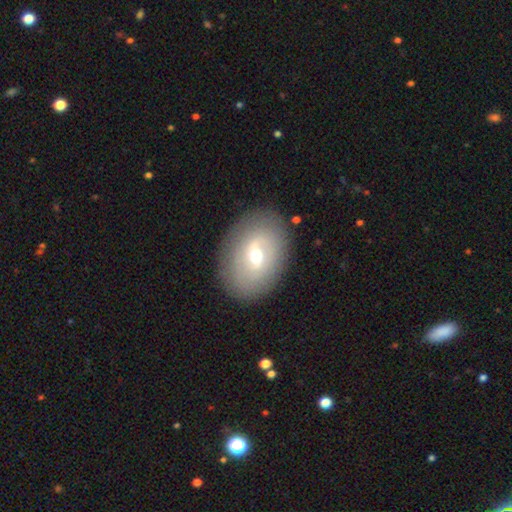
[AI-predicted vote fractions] A featured or disk galaxy (56%) with a weak bar (49%), no spiral arms (54%) and a moderate central bulge (63%).

Vote fractions:
- Smooth or featured? featured or disk: 56% / smooth: 37% / star or artifact: 7%
- Edge-on disk? no: 92% / yes: 8%
- Bar? weak: 49% / no: 36% / strong: 15%
- Spiral arms? no: 54% / yes: 46%
- Bulge size? moderate: 63% / small: 29% / large: 5% / dominant: 1% / none: 1%
- Merging? none: 84% / minor disturbance: 11% / major disturbance: 4% / merger: 1%